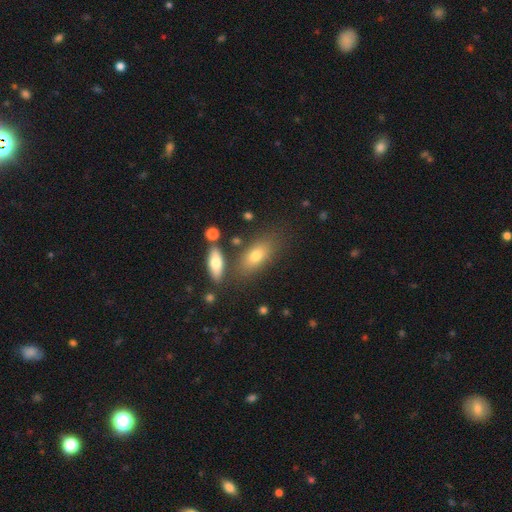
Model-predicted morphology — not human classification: The model was most divided on "smooth or featured": smooth: 70%, featured or disk: 20%, star or artifact: 11%. More confident: how rounded — in between (78%); merging — none (70%).